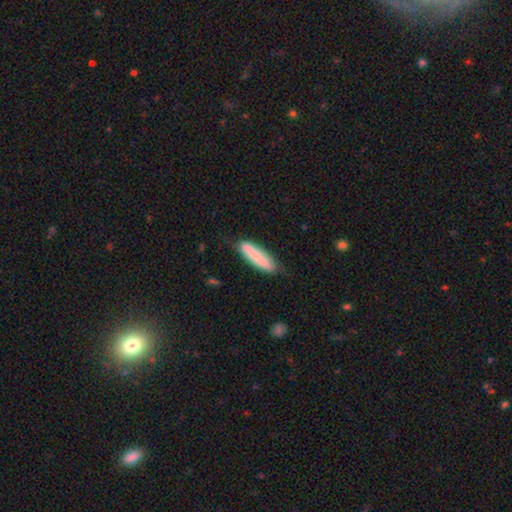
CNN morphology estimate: smooth 77%, featured or disk 17%, star or artifact 6%. Down the decision tree: how rounded — cigar-shaped (80%); merging — none (71%).